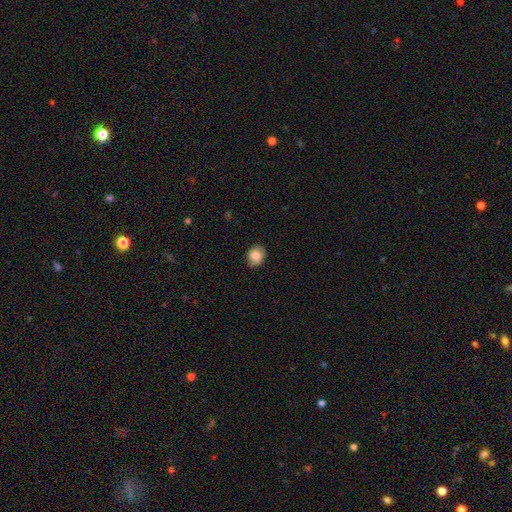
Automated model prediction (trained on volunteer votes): Q: Smooth or featured?
A: smooth (83%); runner-up: featured or disk (9%)
Q: How rounded?
A: round (56%); runner-up: in between (43%)
Q: Merging?
A: none (76%); runner-up: minor disturbance (19%)